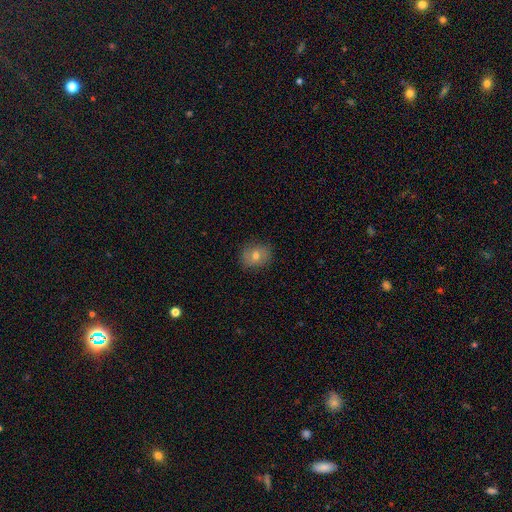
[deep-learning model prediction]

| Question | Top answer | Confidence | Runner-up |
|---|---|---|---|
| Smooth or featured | smooth | 67% | featured or disk (21%) |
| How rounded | round | 67% | in between (32%) |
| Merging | none | 85% | minor disturbance (11%) |